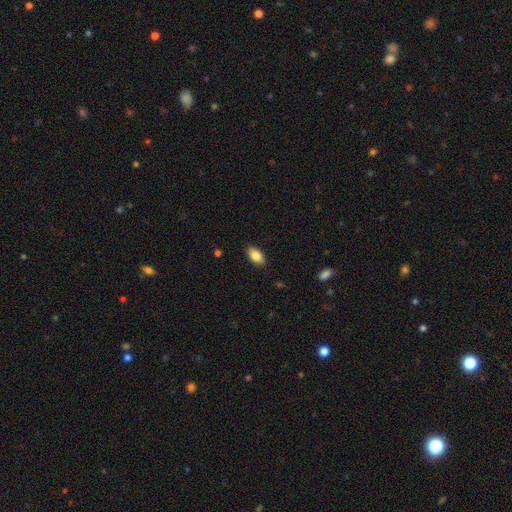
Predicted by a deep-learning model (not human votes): A smooth galaxy with no disk features (84%) that is in between round and cigar-shaped (93%).

Vote fractions:
- Smooth or featured? smooth: 84% / featured or disk: 9% / star or artifact: 7%
- How rounded? in between: 93% / round: 4% / cigar-shaped: 3%
- Merging? none: 88% / minor disturbance: 9% / major disturbance: 2% / merger: 1%